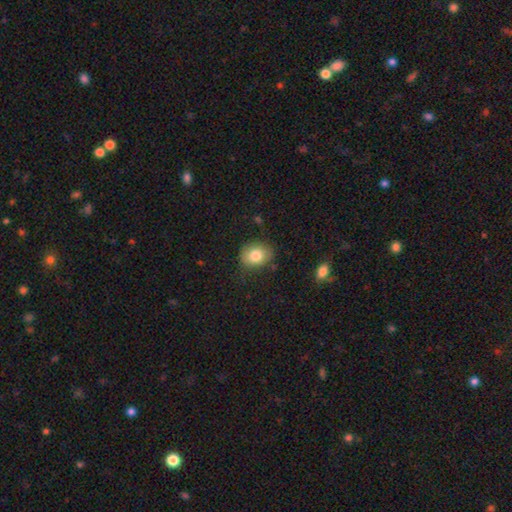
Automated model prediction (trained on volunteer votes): The model was most divided on "how rounded": round: 52%, in between: 47%, cigar-shaped: 1%. More confident: smooth or featured — smooth (79%); merging — none (77%).